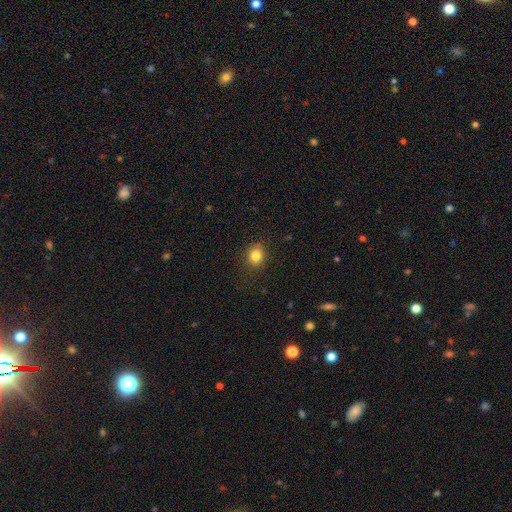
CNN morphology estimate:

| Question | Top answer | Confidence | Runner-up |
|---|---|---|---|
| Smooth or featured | smooth | 83% | star or artifact (11%) |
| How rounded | round | 74% | in between (25%) |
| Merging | none | 85% | minor disturbance (11%) |